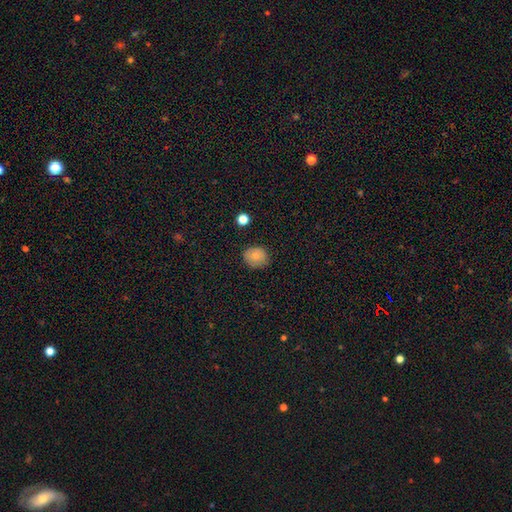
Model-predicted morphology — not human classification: This is likely a smooth galaxy (79%). How rounded: likely round (74%). Merging: clearly none (82%).